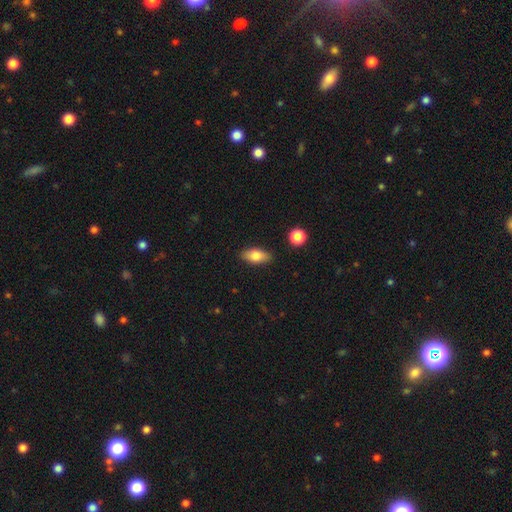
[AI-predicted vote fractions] This is likely a smooth galaxy (79%). How rounded: clearly in between (86%). Merging: clearly none (87%).